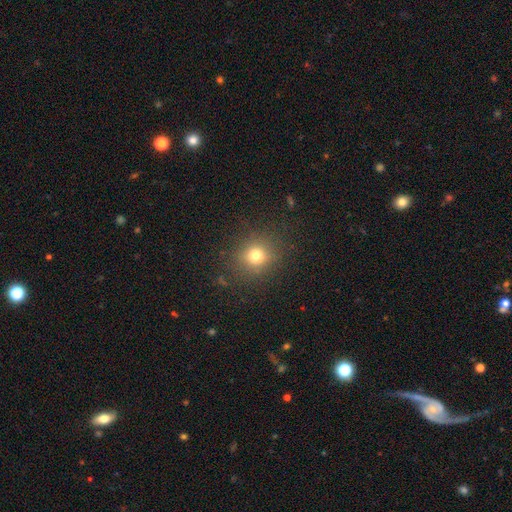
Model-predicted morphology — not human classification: smooth-or-featured: smooth: 75% | star or artifact: 17% | featured or disk: 9%
  how-rounded: round: 83% | in between: 16% | cigar-shaped: 1%
  merging: none: 85% | minor disturbance: 9% | major disturbance: 4% | merger: 1%